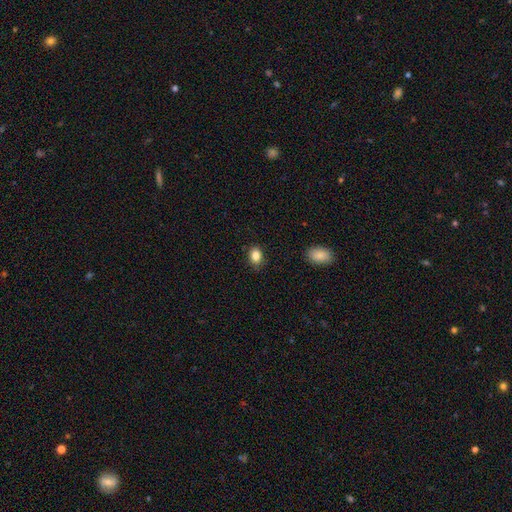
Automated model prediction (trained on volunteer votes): smooth-or-featured: smooth: 85% | star or artifact: 9% | featured or disk: 5%
  how-rounded: in between: 70% | round: 29% | cigar-shaped: 1%
  merging: none: 82% | minor disturbance: 14% | major disturbance: 3% | merger: 1%